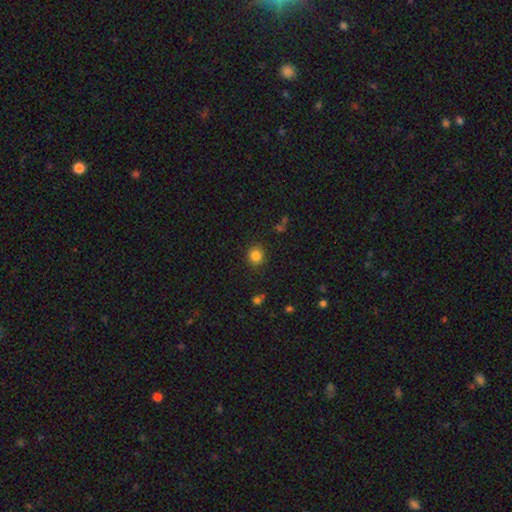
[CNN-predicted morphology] type=smooth (84%); roundness=round (89%); merging=none (88%).